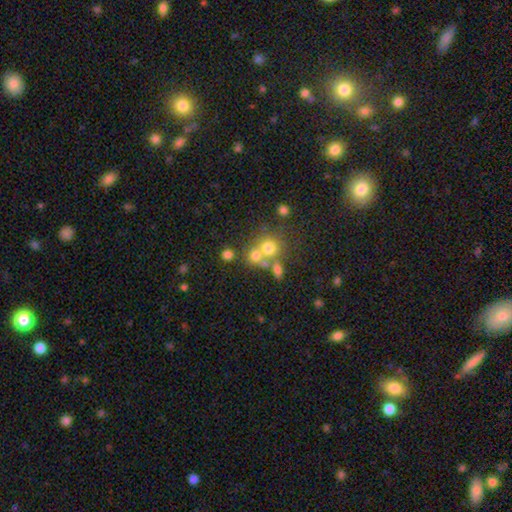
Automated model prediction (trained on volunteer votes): smooth 66%, featured or disk 17%, star or artifact 17%. Down the decision tree: how rounded — round (82%); merging — none (44%).